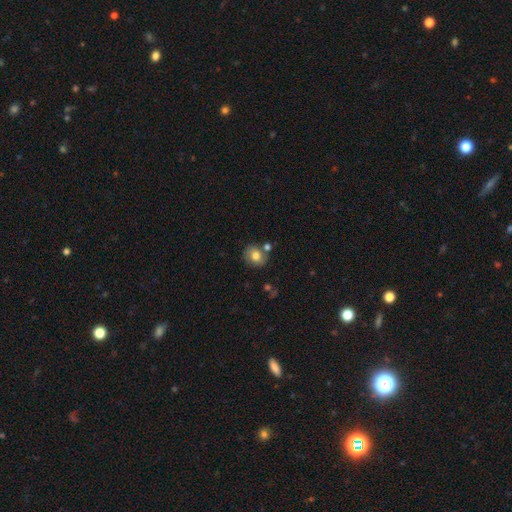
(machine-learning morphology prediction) Q: Smooth or featured?
A: smooth (74%); runner-up: featured or disk (17%)
Q: How rounded?
A: round (71%); runner-up: in between (28%)
Q: Merging?
A: none (70%); runner-up: minor disturbance (14%)